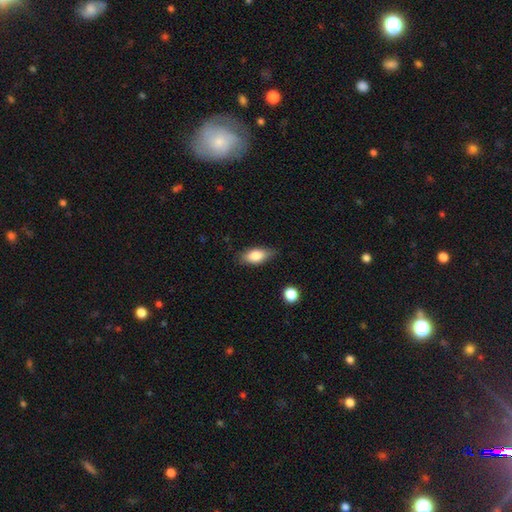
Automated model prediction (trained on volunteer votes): A smooth galaxy with no disk features (78%) that is in between round and cigar-shaped (85%).

Vote fractions:
- Smooth or featured? smooth: 78% / featured or disk: 15% / star or artifact: 7%
- How rounded? in between: 85% / cigar-shaped: 10% / round: 5%
- Merging? none: 74% / minor disturbance: 21% / major disturbance: 4% / merger: 2%